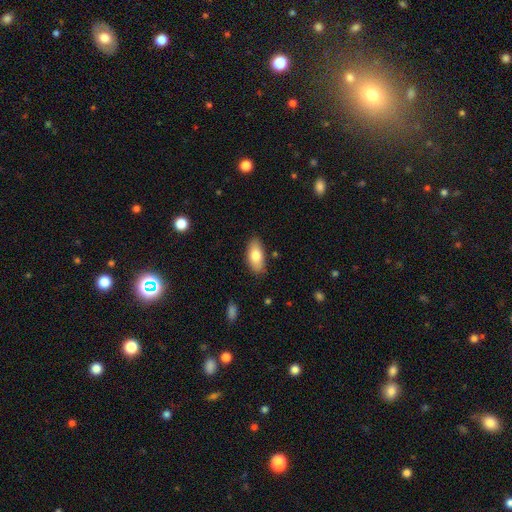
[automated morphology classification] Smooth or featured: smooth — 79% (featured or disk — 14%)
How rounded: in between — 89% (cigar-shaped — 8%)
Merging: none — 85% (minor disturbance — 12%)